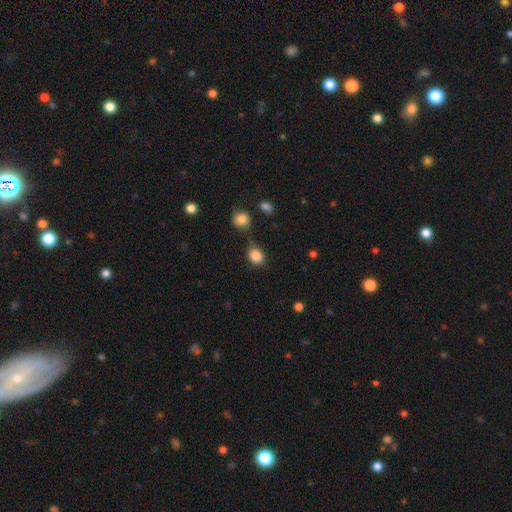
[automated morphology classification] Q: Smooth or featured?
A: smooth (86%); runner-up: star or artifact (10%)
Q: How rounded?
A: round (51%); runner-up: in between (48%)
Q: Merging?
A: none (65%); runner-up: minor disturbance (20%)